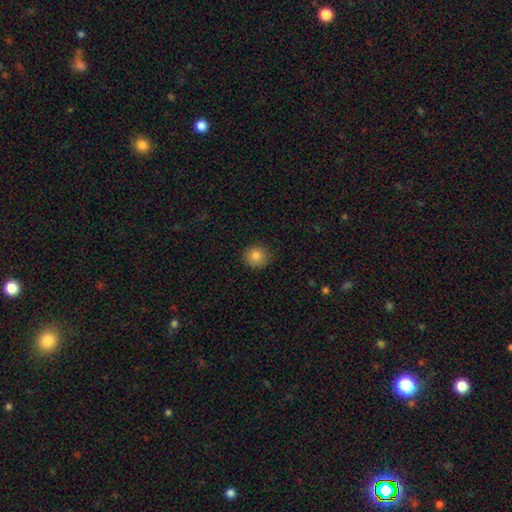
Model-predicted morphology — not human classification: A smooth galaxy with no disk features (83%) that is round (91%). Merging: none (87%).